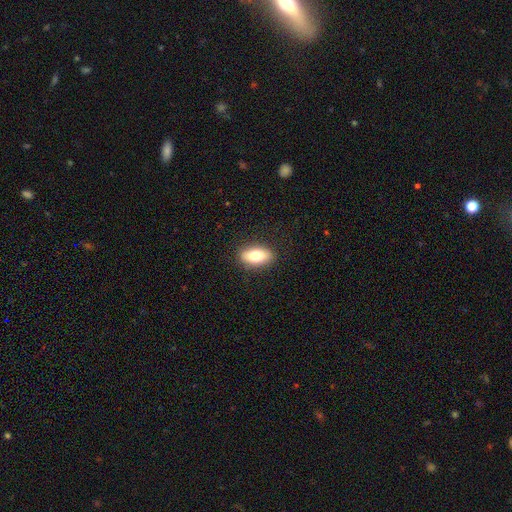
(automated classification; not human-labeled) Overall: smooth (74%). How rounded: in between (85%). Merging: none (88%).